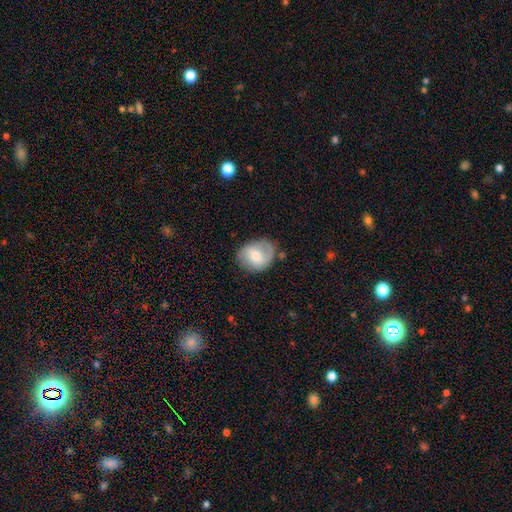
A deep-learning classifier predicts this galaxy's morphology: Smooth or featured?
  - featured or disk: 47% *
  - smooth: 46%
  - star or artifact: 7%
Merging?
  - none: 68% *
  - minor disturbance: 22%
  - major disturbance: 7%
  - merger: 2%